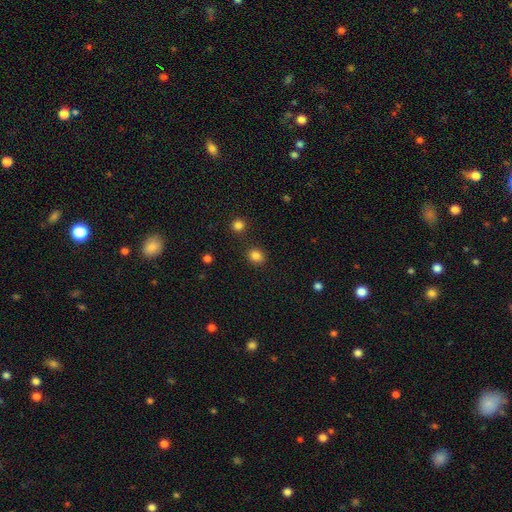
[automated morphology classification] This is clearly a smooth galaxy (84%). How rounded: likely round (73%). Merging: clearly none (86%).